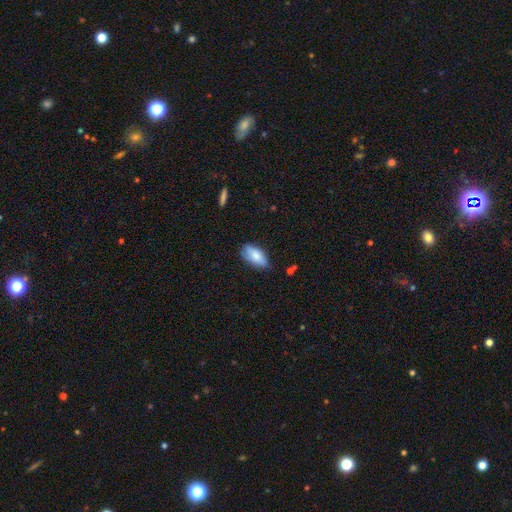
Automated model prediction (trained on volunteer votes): This is clearly a smooth galaxy (82%). How rounded: clearly in between (91%). Merging: likely none (77%).